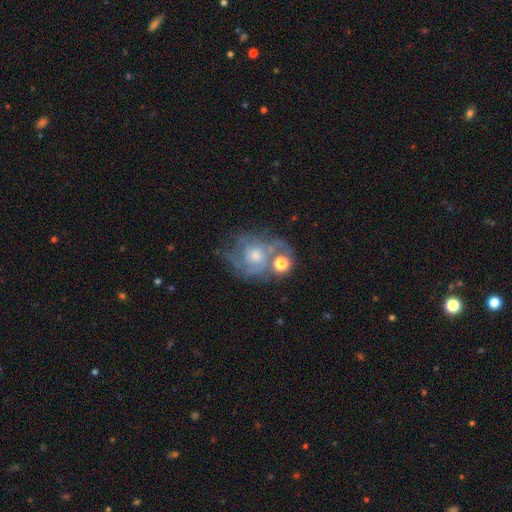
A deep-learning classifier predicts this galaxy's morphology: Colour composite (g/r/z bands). It shows a featured or disk galaxy (74%) with no bar (76%), tight (50%) spiral arms (86%) and a moderate central bulge (51%). Merging: none (53%).